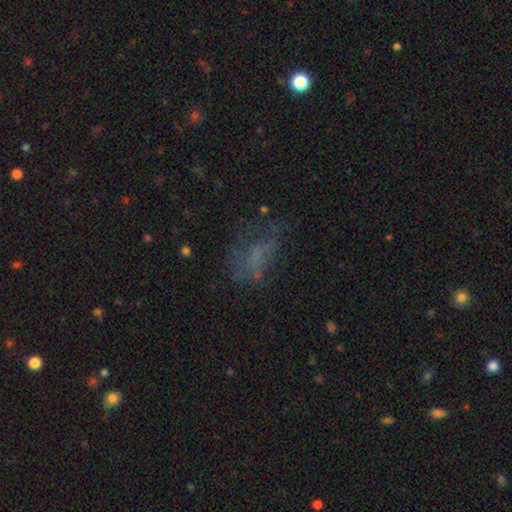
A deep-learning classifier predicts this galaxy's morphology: The model was most divided on "smooth or featured": smooth: 40%, featured or disk: 34%, star or artifact: 26%. Remaining: merging — none (41%).